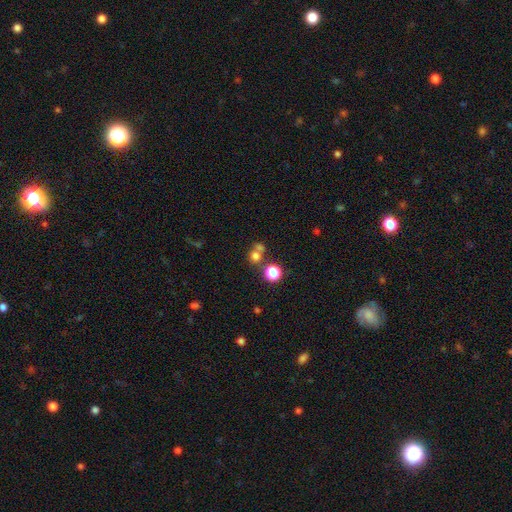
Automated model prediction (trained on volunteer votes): A smooth galaxy with no disk features (68%) that is round (86%). Merging: none (51%).